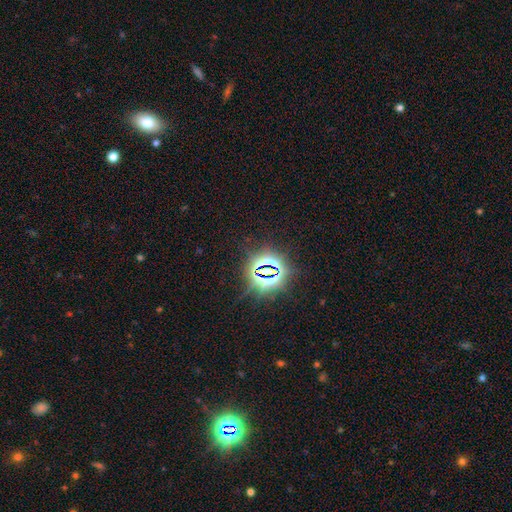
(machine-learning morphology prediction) This is clearly a star or artifact rather than a galaxy (81%).